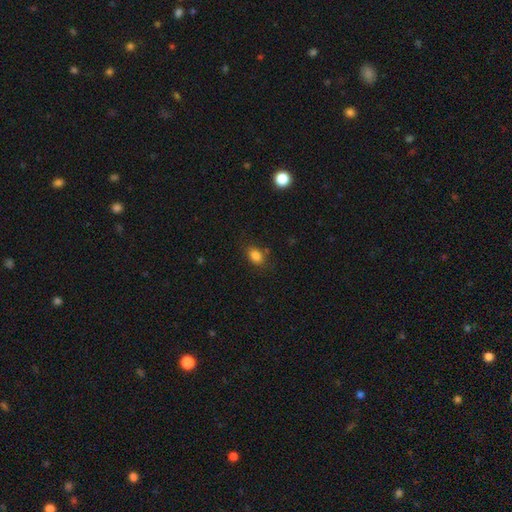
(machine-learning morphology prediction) A smooth galaxy with no disk features (83%) that is in between round and cigar-shaped (78%). Merging: none (77%).